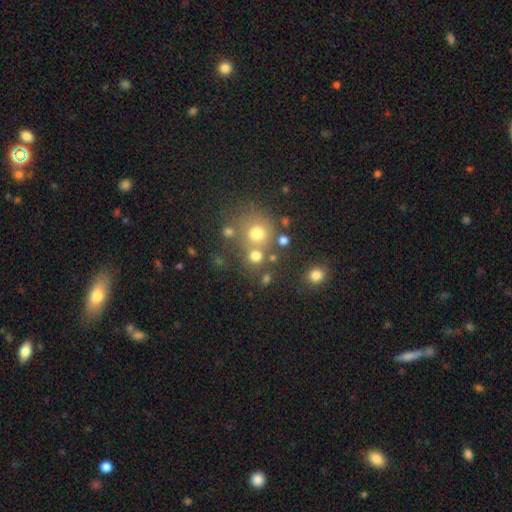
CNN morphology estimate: smooth_or_featured: smooth (p=0.71) [alt: star or artifact p=0.19]
how_rounded: round (p=0.87) [alt: in between p=0.12]
merging: none (p=0.61) [alt: merger p=0.25]